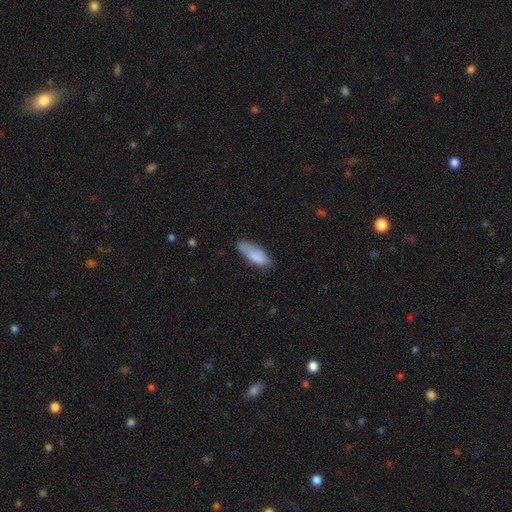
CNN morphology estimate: The model was most divided on "merging": none: 59%, minor disturbance: 29%, major disturbance: 8%, merger: 4%. More confident: smooth or featured — smooth (81%); how rounded — in between (73%).